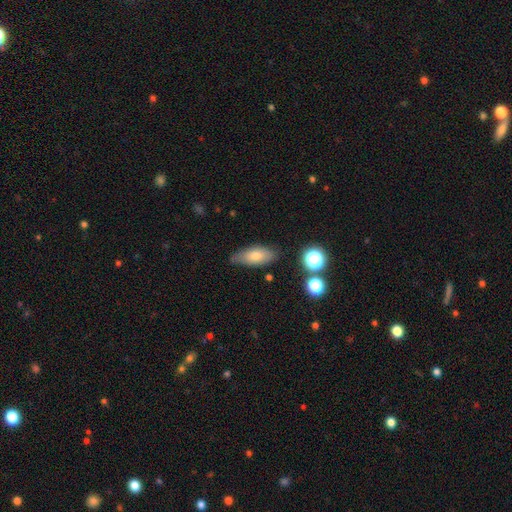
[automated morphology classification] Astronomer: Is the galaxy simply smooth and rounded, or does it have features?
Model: smooth — 72%.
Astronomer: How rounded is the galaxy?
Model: in between — 79%.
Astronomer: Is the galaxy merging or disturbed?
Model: none — 69%.